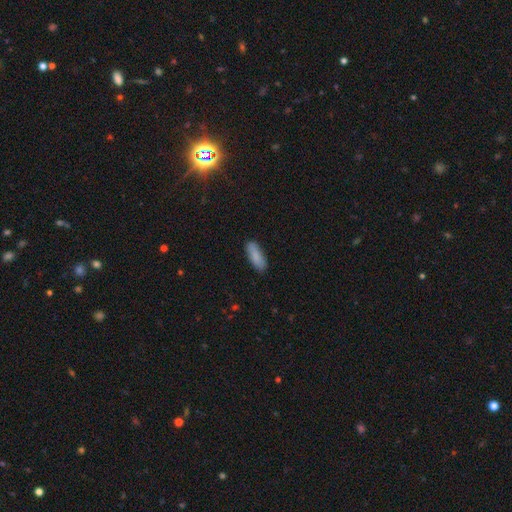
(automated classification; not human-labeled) A smooth galaxy with no disk features (86%) that is in between round and cigar-shaped (59%).

Vote fractions:
- Smooth or featured? smooth: 86% / featured or disk: 8% / star or artifact: 6%
- How rounded? in between: 59% / cigar-shaped: 39% / round: 2%
- Merging? none: 84% / minor disturbance: 12% / major disturbance: 2% / merger: 1%